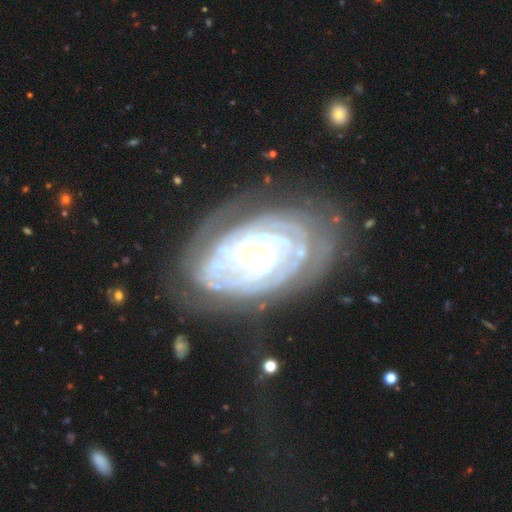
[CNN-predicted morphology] This is clearly a featured or disk galaxy (87%). It is clearly not viewed edge-on (96%). Bar: likely no (75%). Spiral arm pattern: clearly yes (93%). Spiral arm count: marginally can't tell (40%). Spiral winding: clearly tight (84%). Central bulge: likely small (66%). Merging: likely none (67%).